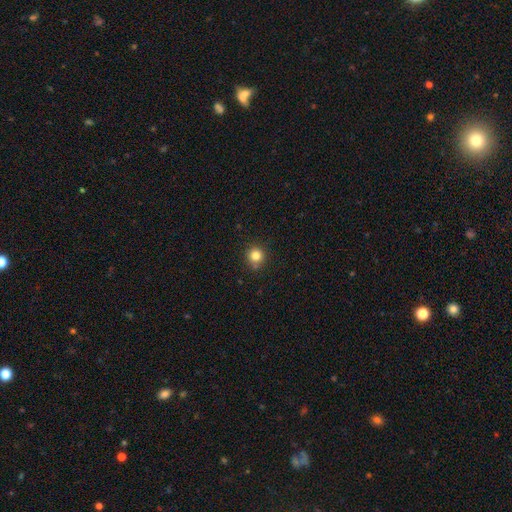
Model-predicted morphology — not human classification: type=smooth (82%); roundness=round (93%); merging=none (84%).